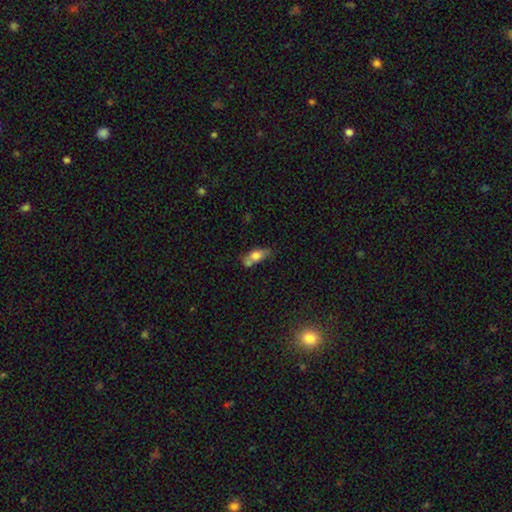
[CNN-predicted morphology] This appears to be a smooth galaxy with no disk features (68%) that is in between round and cigar-shaped (77%). Merging: none (40%).